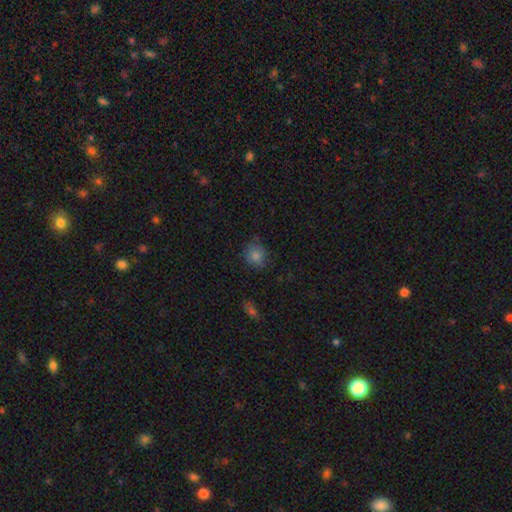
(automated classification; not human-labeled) Smooth or featured? smooth (82%)
How rounded? round (77%)
Merging? none (75%)